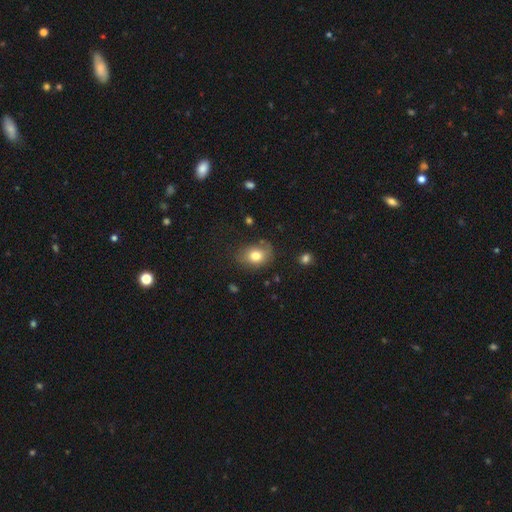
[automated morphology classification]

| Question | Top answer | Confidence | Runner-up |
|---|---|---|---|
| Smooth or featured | smooth | 77% | featured or disk (13%) |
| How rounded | in between | 64% | round (35%) |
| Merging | none | 63% | minor disturbance (25%) |